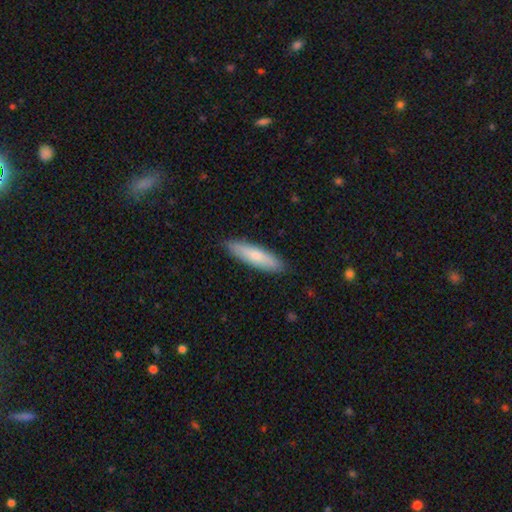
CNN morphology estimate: A smooth galaxy with no disk features (73%) that is cigar-shaped (76%).

Vote fractions:
- Smooth or featured? smooth: 73% / featured or disk: 21% / star or artifact: 5%
- How rounded? cigar-shaped: 76% / in between: 22% / round: 2%
- Merging? none: 89% / minor disturbance: 9% / major disturbance: 2% / merger: 1%